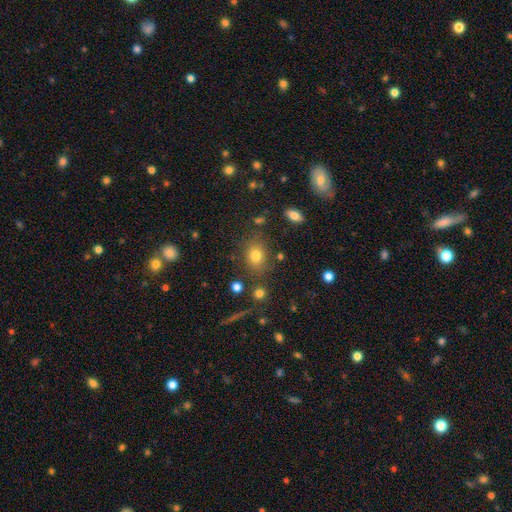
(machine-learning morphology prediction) Overall: smooth (75%). How rounded: in between (56%; round 43%). Merging: none (78%).